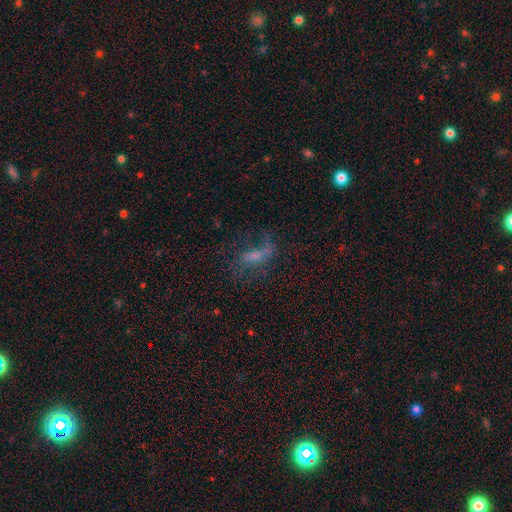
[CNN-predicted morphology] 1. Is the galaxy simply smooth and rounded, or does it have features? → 54% featured or disk, 28% smooth, 18% star or artifact.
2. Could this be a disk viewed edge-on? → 90% no, 10% yes.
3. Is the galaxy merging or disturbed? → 42% none, 35% major disturbance, 18% minor disturbance, 4% merger.